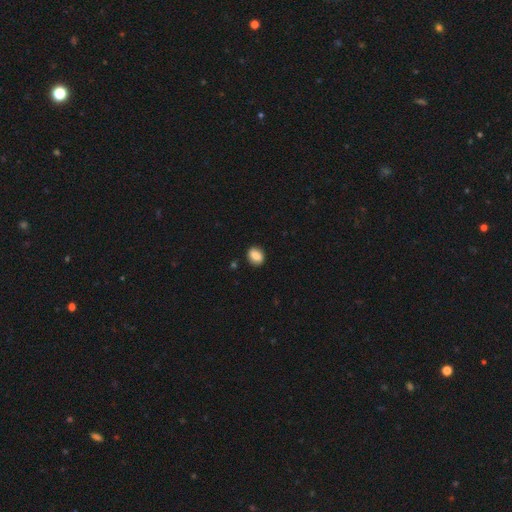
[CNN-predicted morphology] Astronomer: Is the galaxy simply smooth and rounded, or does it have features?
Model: smooth — 85%.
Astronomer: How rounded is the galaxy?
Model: in between — 61% (runner-up: round, 37%).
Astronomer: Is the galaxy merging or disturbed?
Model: none — 86%.